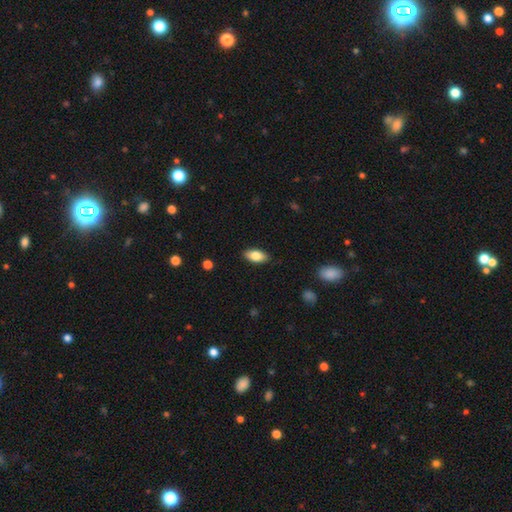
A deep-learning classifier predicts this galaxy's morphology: Smooth or featured? smooth (80%)
How rounded? in between (89%)
Merging? none (87%)